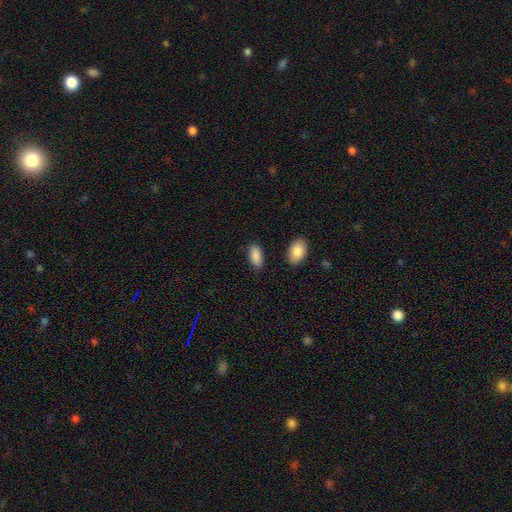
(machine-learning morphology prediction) smooth_or_featured: smooth (p=0.89) [alt: star or artifact p=0.07]
how_rounded: in between (p=0.93) [alt: cigar-shaped p=0.05]
merging: none (p=0.83) [alt: minor disturbance p=0.12]